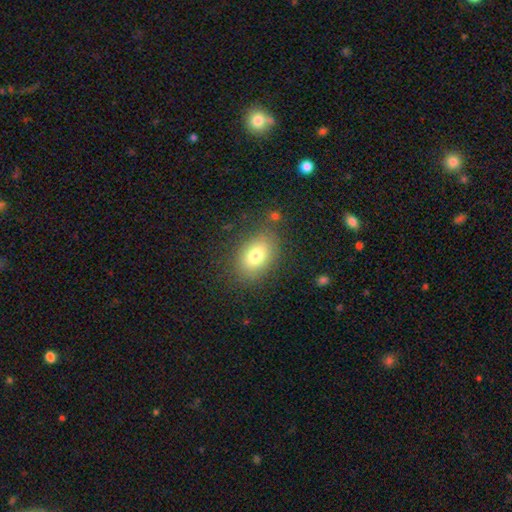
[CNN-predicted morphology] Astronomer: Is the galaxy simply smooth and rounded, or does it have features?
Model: smooth — 75%.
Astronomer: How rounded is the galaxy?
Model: in between — 79%.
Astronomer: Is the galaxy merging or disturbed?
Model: none — 80%.